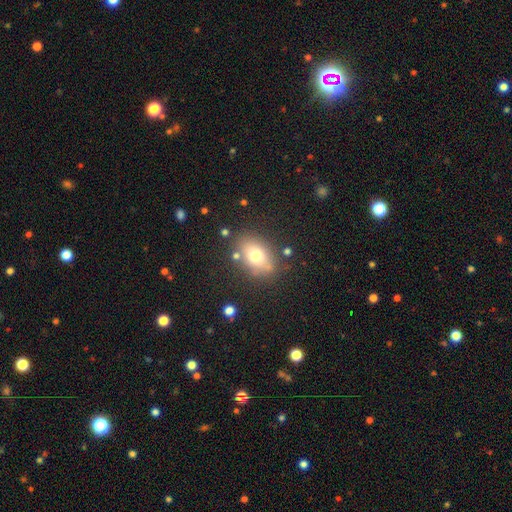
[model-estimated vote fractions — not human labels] smooth 69%, featured or disk 19%, star or artifact 12%. Down the decision tree: how rounded — in between (72%); merging — none (76%).